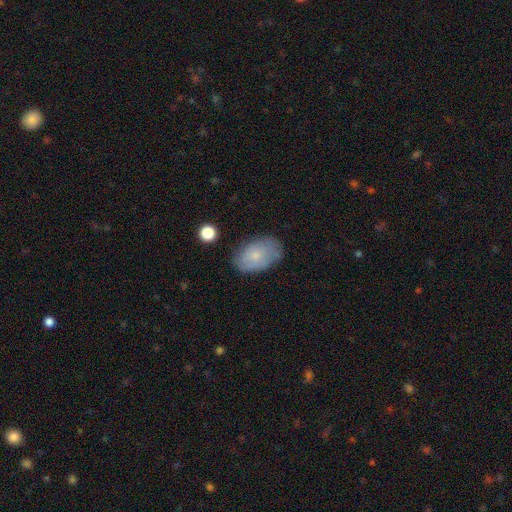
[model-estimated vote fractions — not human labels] Smooth or featured? Predicted: smooth (p=0.68). How rounded? Predicted: in between (p=0.90). Merging? Predicted: none (p=0.73).